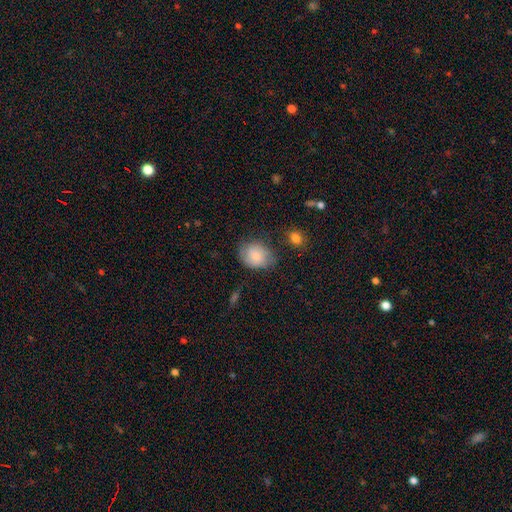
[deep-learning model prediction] A smooth galaxy with no disk features (76%) that is round (50%). Merging: none (61%).